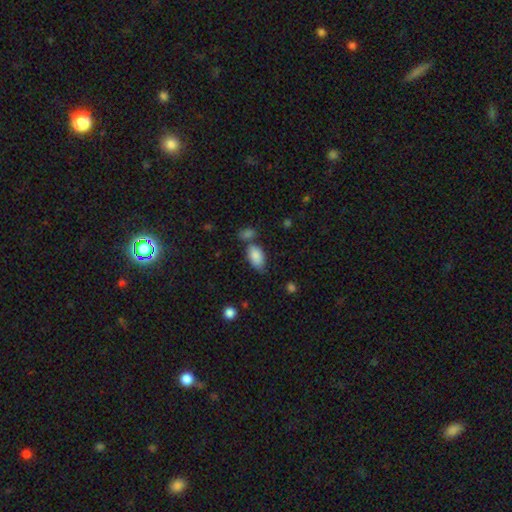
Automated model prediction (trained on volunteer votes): Morphology: type=smooth (86%); roundness=in between (94%); merging=none (55%).